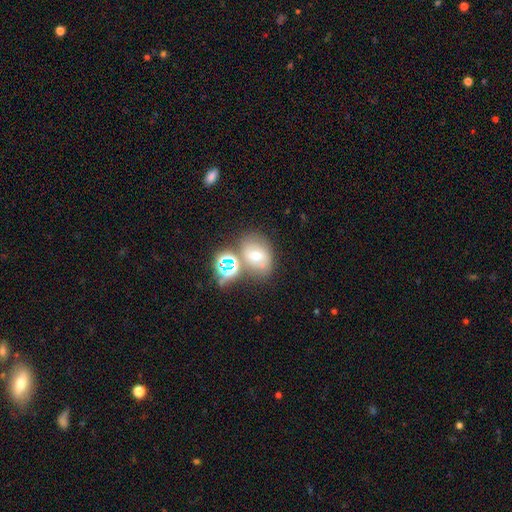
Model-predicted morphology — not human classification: Smooth or featured: smooth — 47% (featured or disk — 27%)
Merging: none — 54% (merger — 23%)